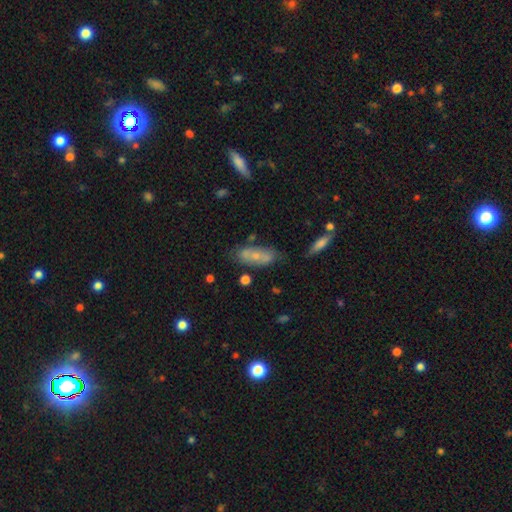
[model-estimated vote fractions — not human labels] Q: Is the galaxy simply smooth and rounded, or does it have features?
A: smooth — 51%.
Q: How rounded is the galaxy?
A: in between — 72%.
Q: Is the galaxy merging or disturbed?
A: none — 63%.